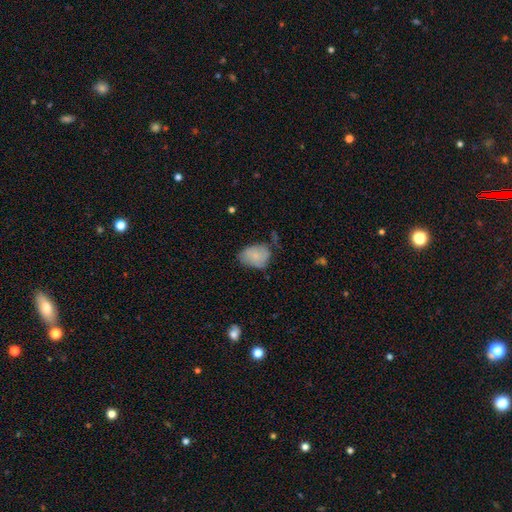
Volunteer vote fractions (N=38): This appears to be a smooth galaxy with no disk features (79%) that is in between round and cigar-shaped (80%). Merging: minor disturbance (61%).